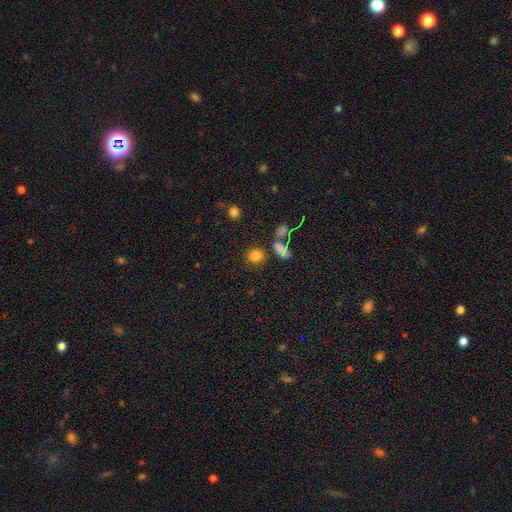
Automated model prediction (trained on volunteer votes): The model was most divided on "merging": none: 76%, minor disturbance: 10%, merger: 9%, major disturbance: 5%. More confident: how rounded — round (82%); smooth or featured — smooth (80%).